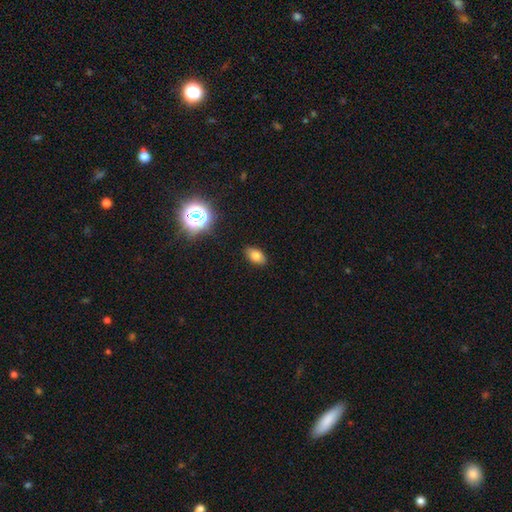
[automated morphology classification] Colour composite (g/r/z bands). It shows a smooth galaxy with no disk features (78%) that is in between round and cigar-shaped (89%). Merging: none (87%).